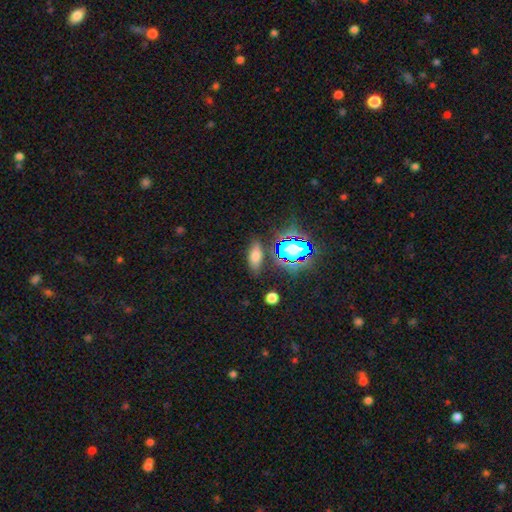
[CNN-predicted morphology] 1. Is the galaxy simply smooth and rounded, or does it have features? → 66% smooth, 21% star or artifact, 12% featured or disk.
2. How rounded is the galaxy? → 76% in between, 18% cigar-shaped, 6% round.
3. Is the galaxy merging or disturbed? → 80% none, 13% minor disturbance, 4% major disturbance, 4% merger.